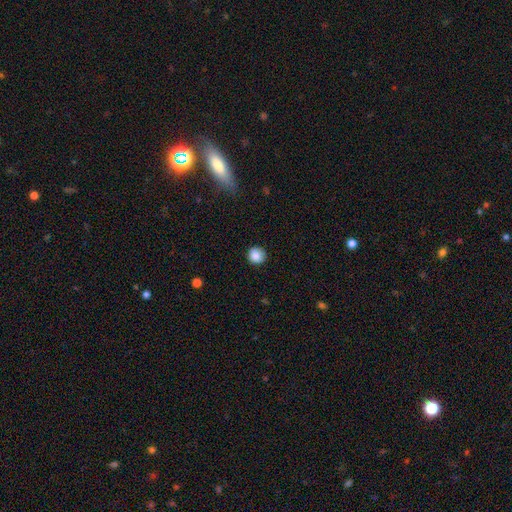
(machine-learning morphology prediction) smooth_or_featured: smooth (p=0.86) [alt: star or artifact p=0.09]
how_rounded: round (p=0.92) [alt: in between p=0.07]
merging: none (p=0.88) [alt: minor disturbance p=0.09]